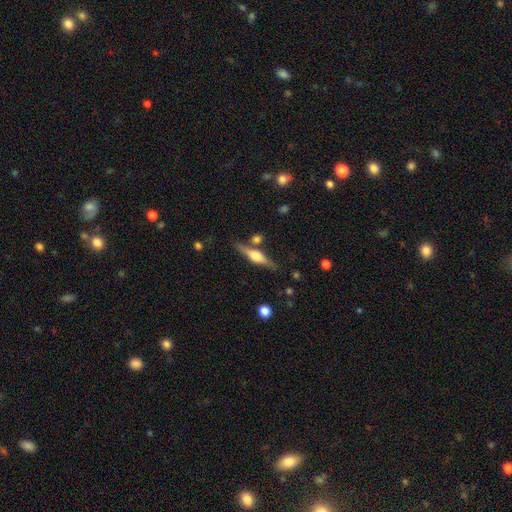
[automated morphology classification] Smooth or featured? featured or disk (70%)
Edge-on disk? yes (97%)
Edge-on bulge? rounded (86%)
Merging? none (79%)